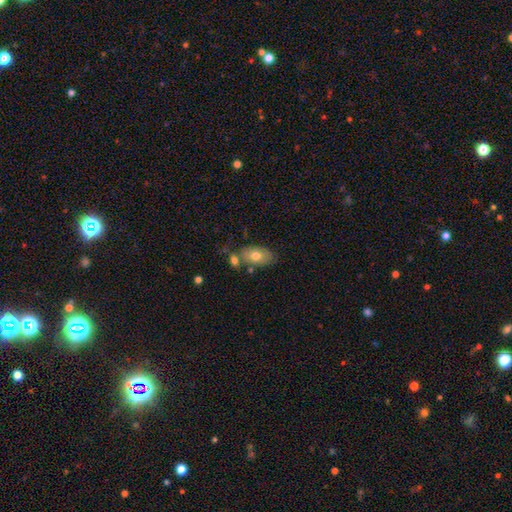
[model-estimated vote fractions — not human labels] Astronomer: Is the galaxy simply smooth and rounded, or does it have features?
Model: smooth — 73%.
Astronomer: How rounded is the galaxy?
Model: in between — 90%.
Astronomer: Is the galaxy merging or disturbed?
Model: none — 63%.